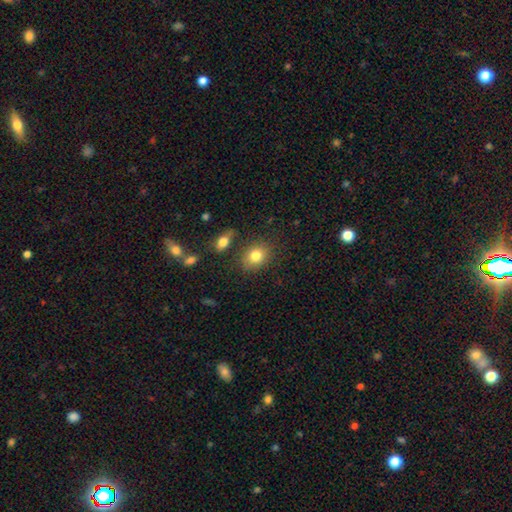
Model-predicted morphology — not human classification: Overall: smooth (82%). How rounded: round (49%, tied with in between). Merging: none (78%).